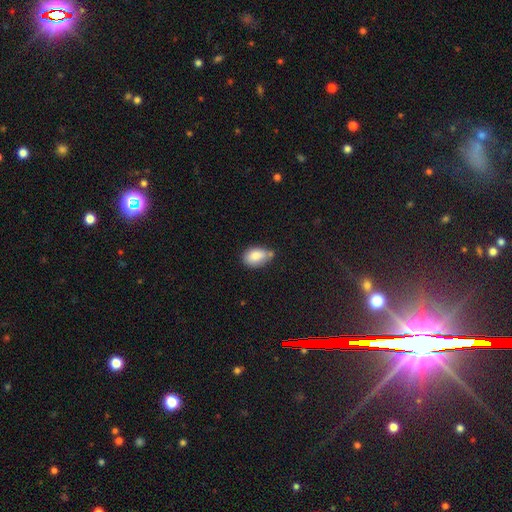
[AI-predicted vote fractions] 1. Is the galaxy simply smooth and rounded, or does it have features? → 82% smooth, 10% featured or disk, 8% star or artifact.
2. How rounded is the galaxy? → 86% in between, 12% round, 1% cigar-shaped.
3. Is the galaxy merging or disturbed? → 50% none, 30% minor disturbance, 14% merger, 6% major disturbance.